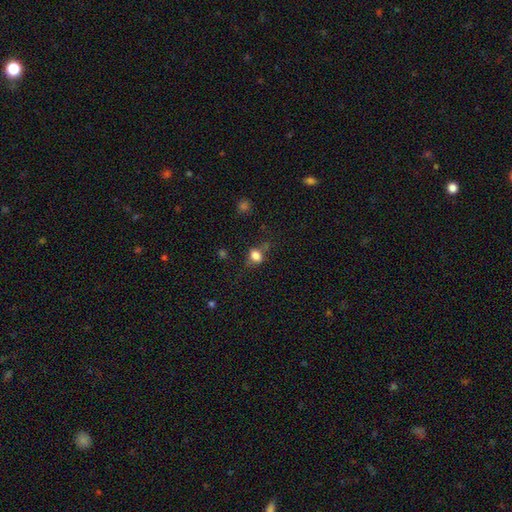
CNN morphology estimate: Smooth or featured? Predicted: smooth (p=0.75). How rounded? Predicted: in between (p=0.51). Merging? Predicted: none (p=0.59).